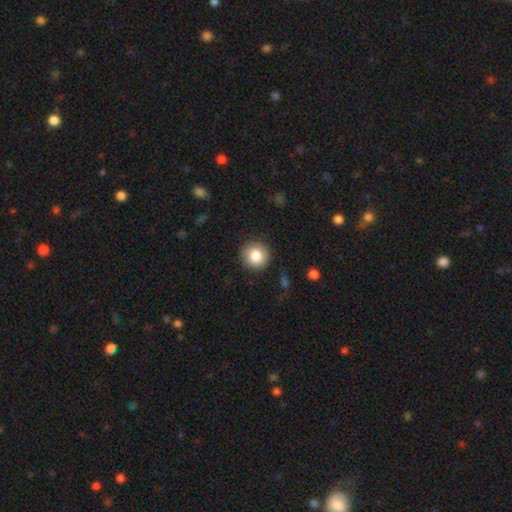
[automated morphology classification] A smooth galaxy with no disk features (84%) that is round (92%). Merging: none (89%).